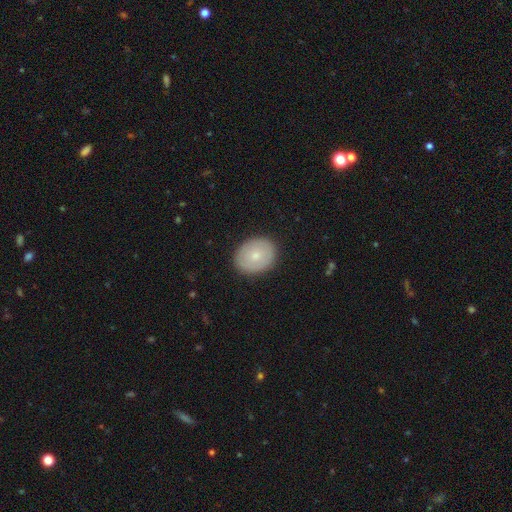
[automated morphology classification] Smooth or featured? Predicted: smooth (p=0.69). How rounded? Predicted: in between (p=0.55). Merging? Predicted: none (p=0.88).